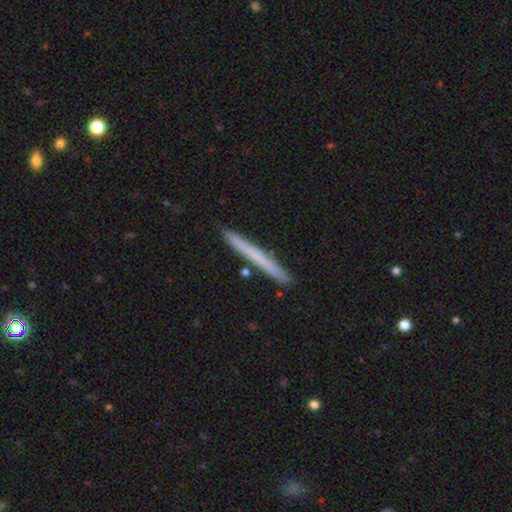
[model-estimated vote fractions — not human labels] This is likely a smooth galaxy (60%). How rounded: clearly cigar-shaped (97%). Merging: clearly none (92%).